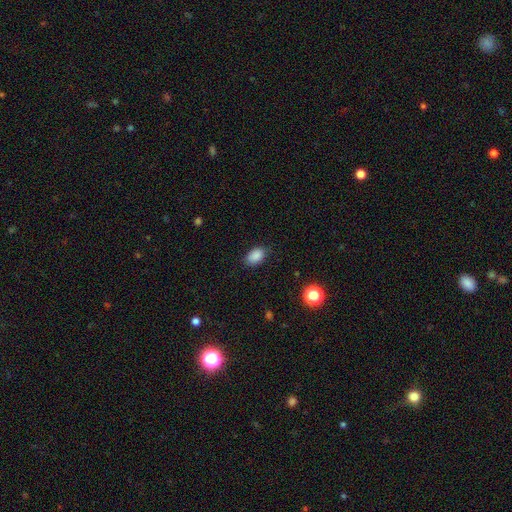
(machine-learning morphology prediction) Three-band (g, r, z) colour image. It shows a smooth galaxy with no disk features (87%) that is in between round and cigar-shaped (87%). Merging: none (80%).